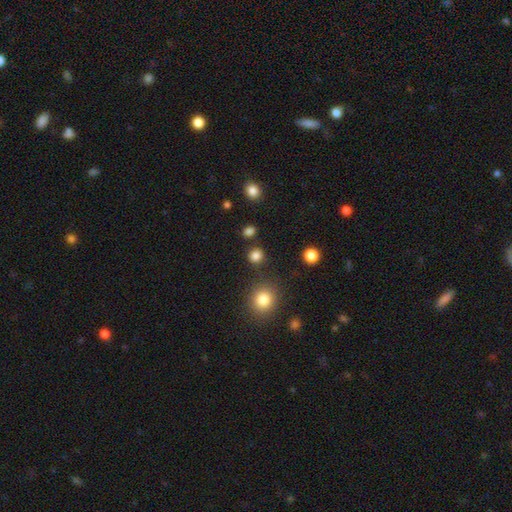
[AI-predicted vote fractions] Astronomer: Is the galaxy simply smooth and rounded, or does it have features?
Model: smooth — 83%.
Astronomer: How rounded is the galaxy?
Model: round — 86%.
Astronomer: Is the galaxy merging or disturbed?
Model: none — 86%.